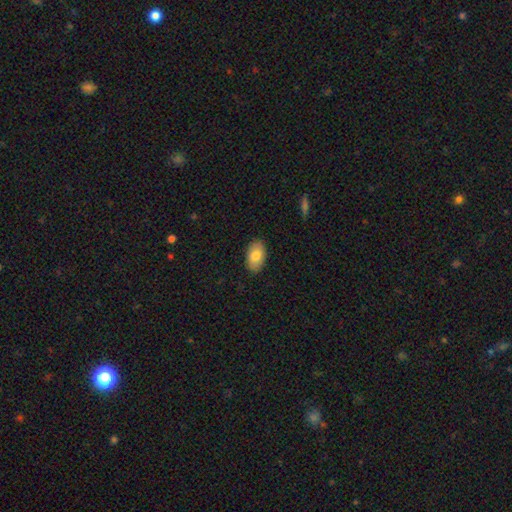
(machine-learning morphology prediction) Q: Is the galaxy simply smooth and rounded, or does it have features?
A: smooth — 81%.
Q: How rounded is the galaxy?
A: in between — 93%.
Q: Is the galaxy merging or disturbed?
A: none — 88%.